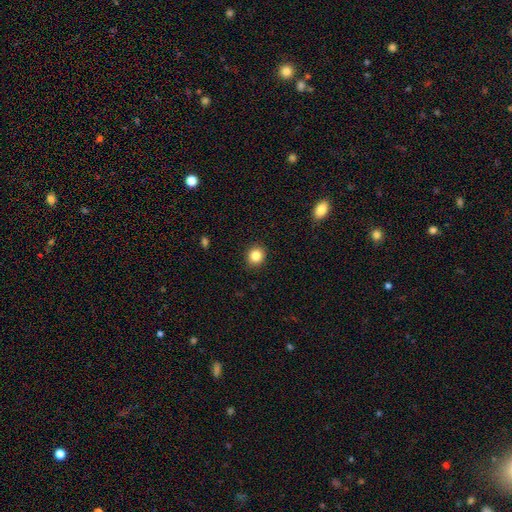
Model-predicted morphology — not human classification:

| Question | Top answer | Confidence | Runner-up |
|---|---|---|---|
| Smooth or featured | smooth | 85% | star or artifact (10%) |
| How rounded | round | 82% | in between (17%) |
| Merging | none | 91% | minor disturbance (6%) |